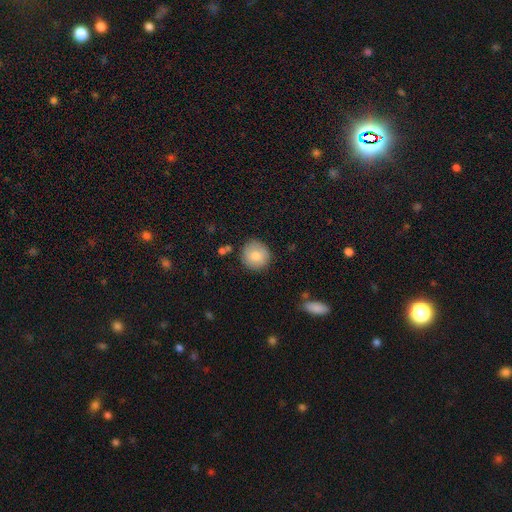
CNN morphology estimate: smooth_or_featured: smooth (p=0.80) [alt: featured or disk p=0.13]
how_rounded: round (p=0.93) [alt: in between p=0.06]
merging: none (p=0.86) [alt: minor disturbance p=0.10]